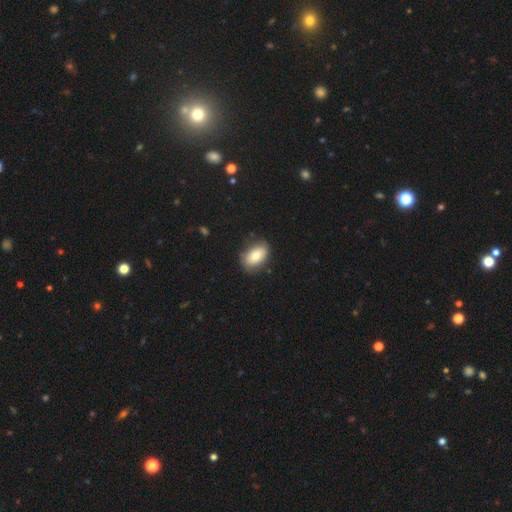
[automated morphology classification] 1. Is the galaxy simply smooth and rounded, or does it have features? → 76% smooth, 17% featured or disk, 7% star or artifact.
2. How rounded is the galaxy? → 89% in between, 10% round, 2% cigar-shaped.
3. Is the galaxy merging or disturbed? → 79% none, 16% minor disturbance, 4% major disturbance, 1% merger.